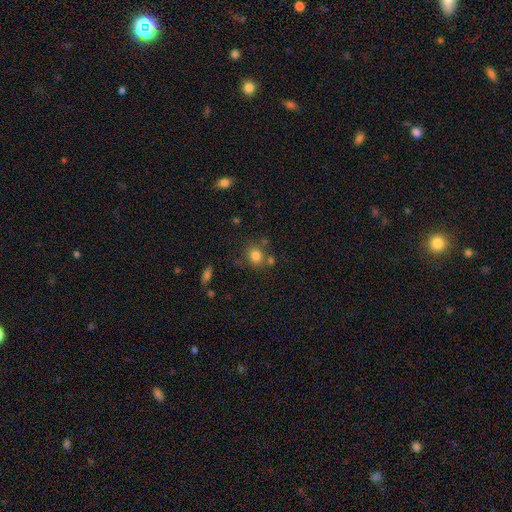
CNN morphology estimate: Smooth or featured? smooth (80%)
How rounded? round (77%)
Merging? none (67%)